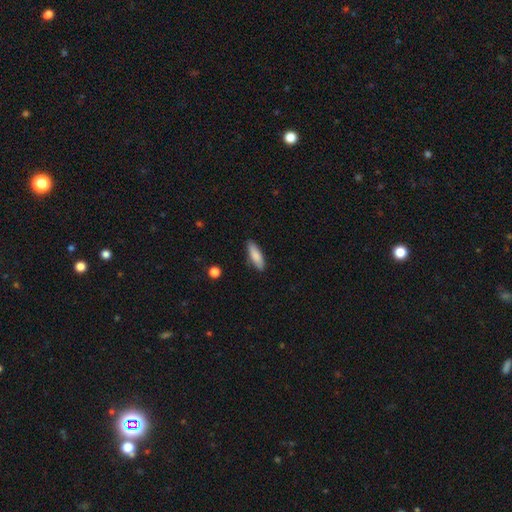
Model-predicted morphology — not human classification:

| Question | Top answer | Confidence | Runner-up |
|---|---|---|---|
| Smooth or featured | smooth | 83% | featured or disk (11%) |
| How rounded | cigar-shaped | 52% | in between (47%) |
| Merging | none | 86% | minor disturbance (11%) |